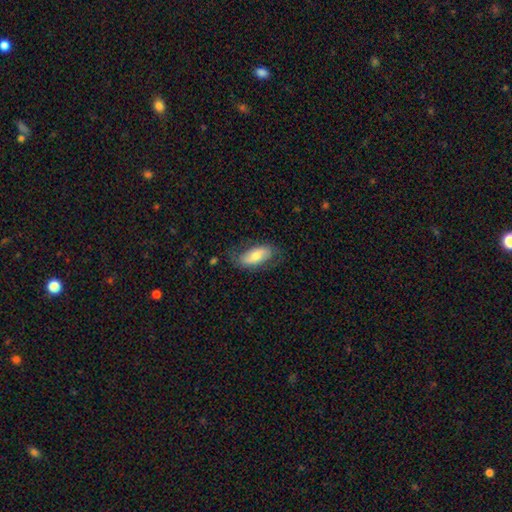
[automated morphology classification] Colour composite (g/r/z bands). It shows a smooth galaxy with no disk features (55%) that is in between round and cigar-shaped (87%). Merging: none (65%).